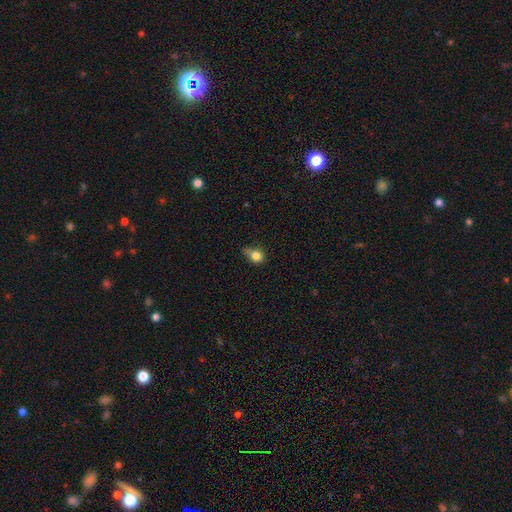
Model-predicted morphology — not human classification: This appears to be a smooth galaxy with no disk features (79%) that is round (59%). Merging: minor disturbance (43%).